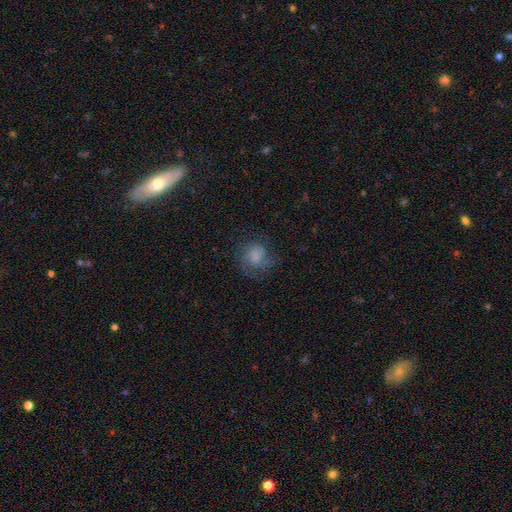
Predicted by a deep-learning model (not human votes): Smooth or featured? smooth (52%)
How rounded? round (74%)
Merging? none (60%)